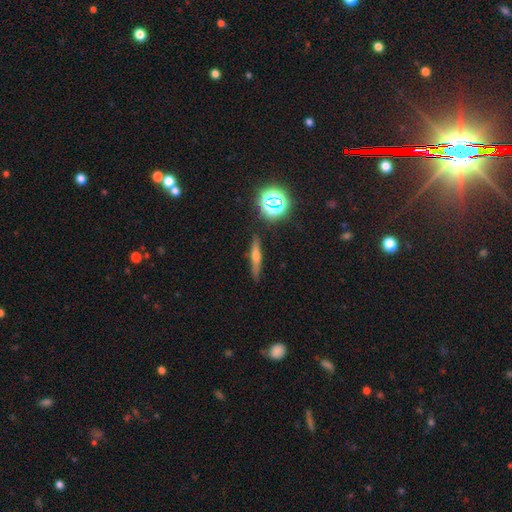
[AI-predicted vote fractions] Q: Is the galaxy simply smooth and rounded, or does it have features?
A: featured or disk — 44%.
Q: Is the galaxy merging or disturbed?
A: none — 85%.